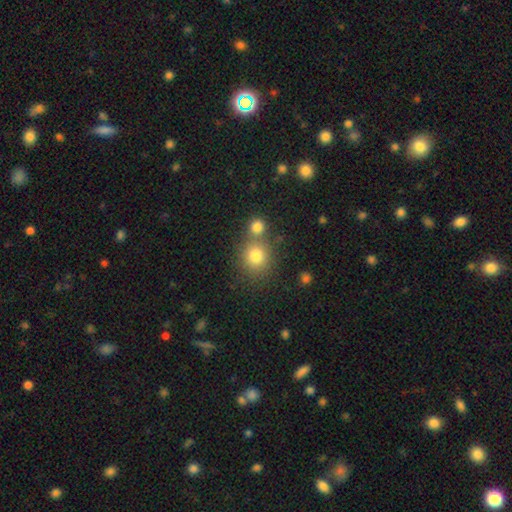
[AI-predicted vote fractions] A smooth galaxy with no disk features (79%) that is round (83%).

Vote fractions:
- Smooth or featured? smooth: 79% / star or artifact: 12% / featured or disk: 8%
- How rounded? round: 83% / in between: 16% / cigar-shaped: 1%
- Merging? none: 57% / merger: 31% / minor disturbance: 9% / major disturbance: 3%